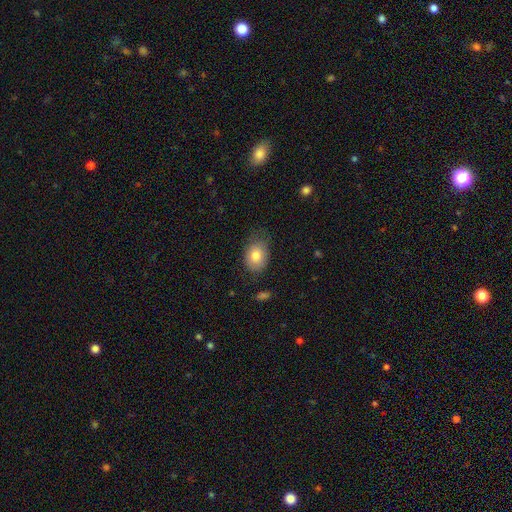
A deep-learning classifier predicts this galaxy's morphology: Smooth or featured? smooth (80%)
How rounded? in between (71%)
Merging? none (61%)